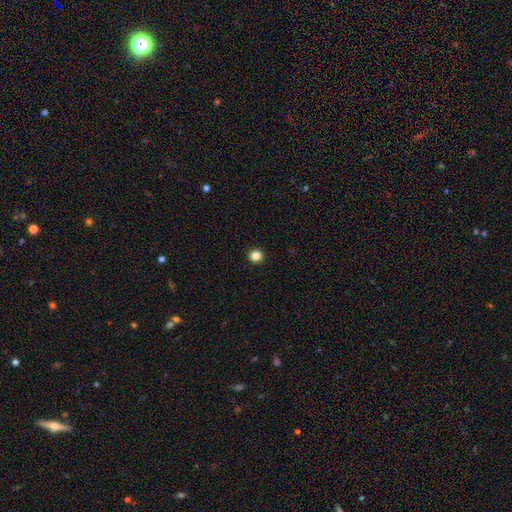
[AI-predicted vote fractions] This is clearly a smooth galaxy (85%). How rounded: clearly round (95%). Merging: clearly none (94%).